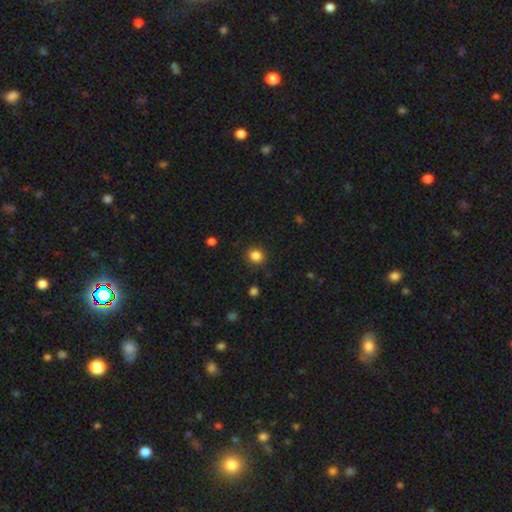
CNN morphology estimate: Smooth or featured? smooth (85%)
How rounded? round (84%)
Merging? none (89%)